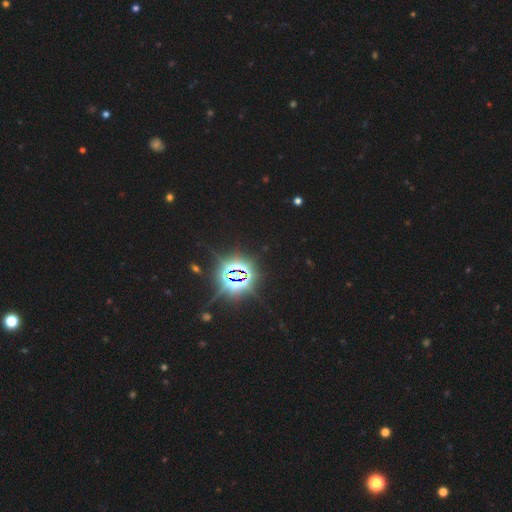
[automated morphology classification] Smooth or featured?
  - star or artifact: 85% *
  - smooth: 9%
  - featured or disk: 6%